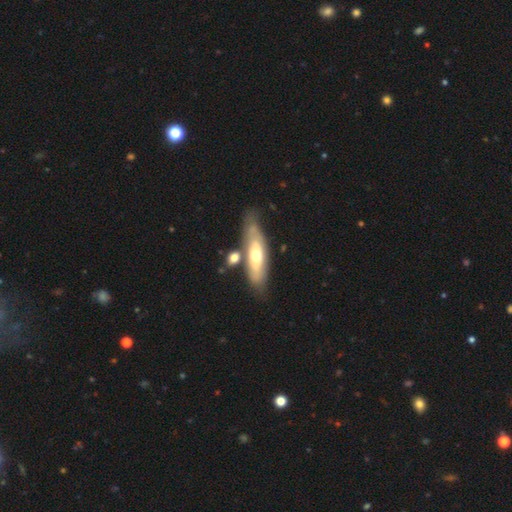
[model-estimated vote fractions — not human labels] A featured or disk galaxy (53%). Merging: none (60%).